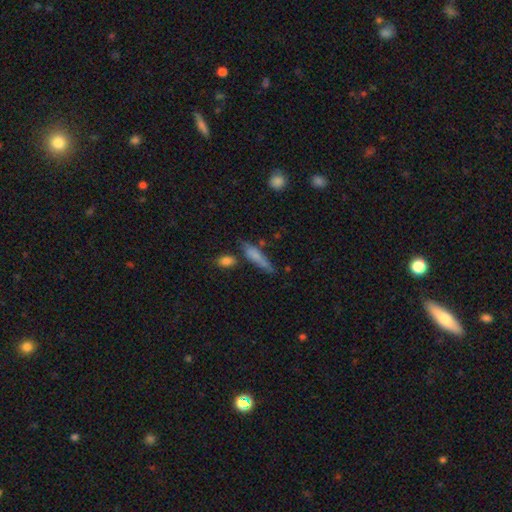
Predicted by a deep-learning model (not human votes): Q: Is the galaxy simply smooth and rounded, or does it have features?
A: smooth — 71%.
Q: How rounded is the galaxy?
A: cigar-shaped — 74%.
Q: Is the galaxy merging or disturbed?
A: none — 55%.